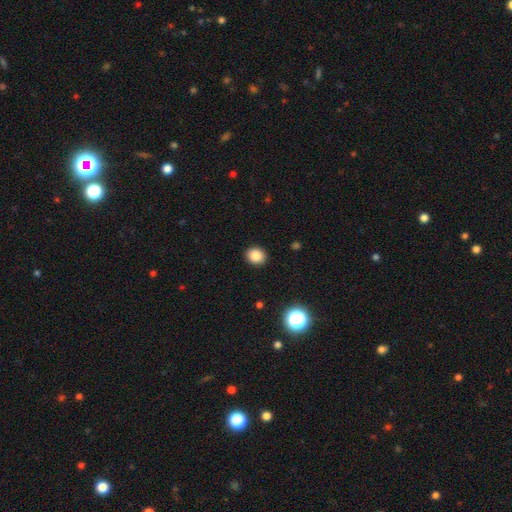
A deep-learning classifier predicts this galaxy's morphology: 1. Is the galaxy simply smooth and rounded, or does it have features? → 85% smooth, 11% star or artifact, 4% featured or disk.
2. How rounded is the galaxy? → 73% round, 26% in between, 1% cigar-shaped.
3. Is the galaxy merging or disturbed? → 91% none, 6% minor disturbance, 2% major disturbance, 1% merger.